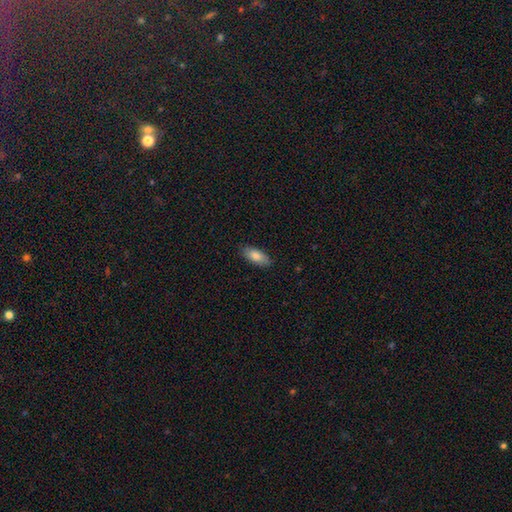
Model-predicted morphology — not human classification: A smooth galaxy with no disk features (82%) that is in between round and cigar-shaped (84%). Merging: none (87%).